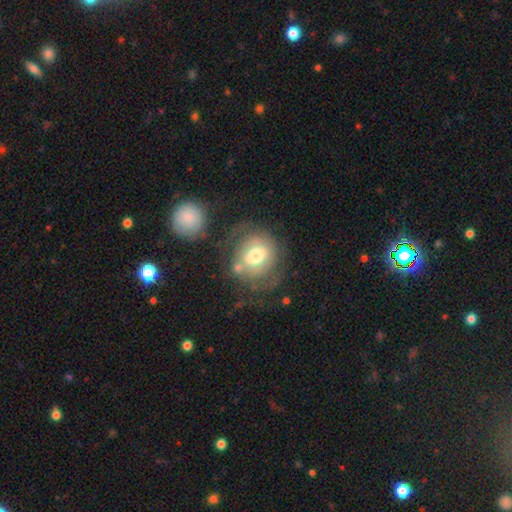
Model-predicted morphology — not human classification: Q: Smooth or featured?
A: featured or disk (47%); runner-up: smooth (46%)
Q: Merging?
A: none (53%); runner-up: minor disturbance (20%)